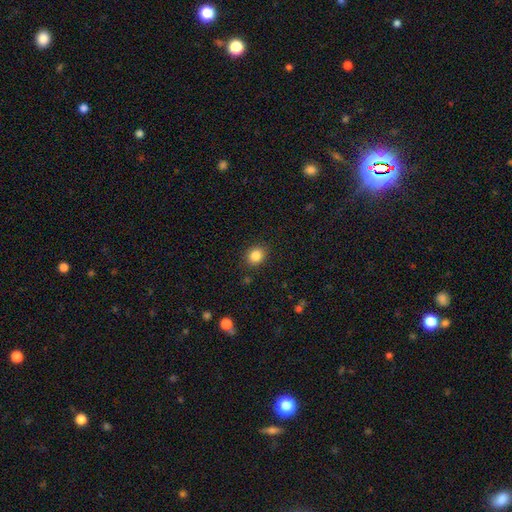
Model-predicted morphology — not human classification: smooth-or-featured: smooth: 85% | star or artifact: 10% | featured or disk: 4%
  how-rounded: round: 63% | in between: 36% | cigar-shaped: 1%
  merging: none: 88% | minor disturbance: 8% | major disturbance: 3% | merger: 1%